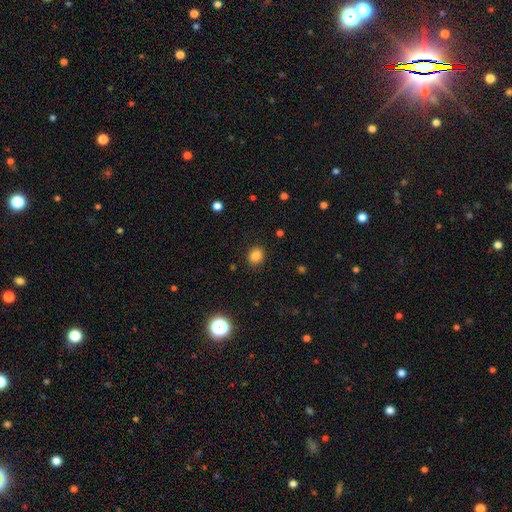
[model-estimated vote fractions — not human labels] smooth 83%, star or artifact 12%, featured or disk 5%. Down the decision tree: how rounded — round (71%); merging — none (89%).